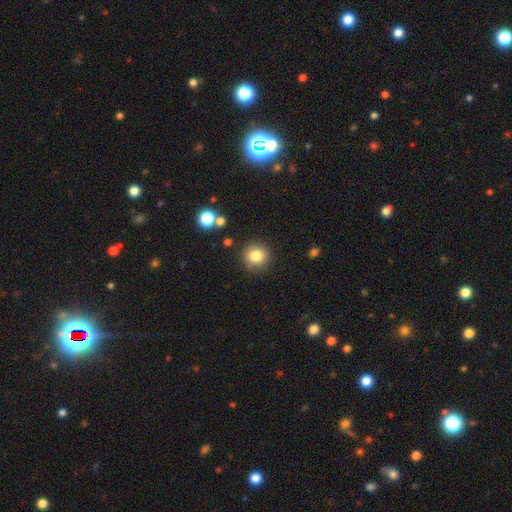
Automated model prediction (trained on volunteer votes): smooth_or_featured: smooth (p=0.82) [alt: star or artifact p=0.11]
how_rounded: round (p=0.93) [alt: in between p=0.06]
merging: none (p=0.88) [alt: minor disturbance p=0.07]